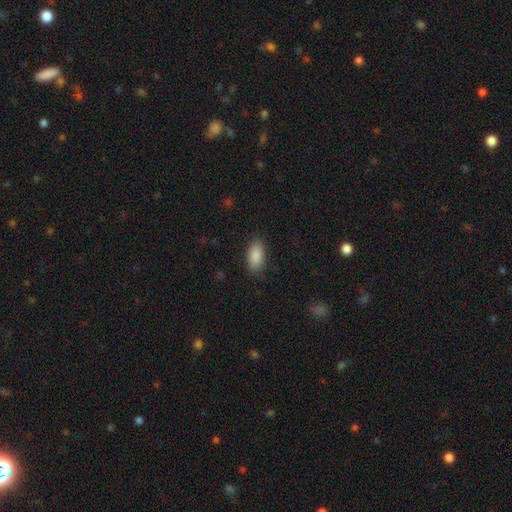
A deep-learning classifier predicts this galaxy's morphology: smooth 89%, star or artifact 7%, featured or disk 4%. Down the decision tree: how rounded — in between (92%); merging — none (87%).